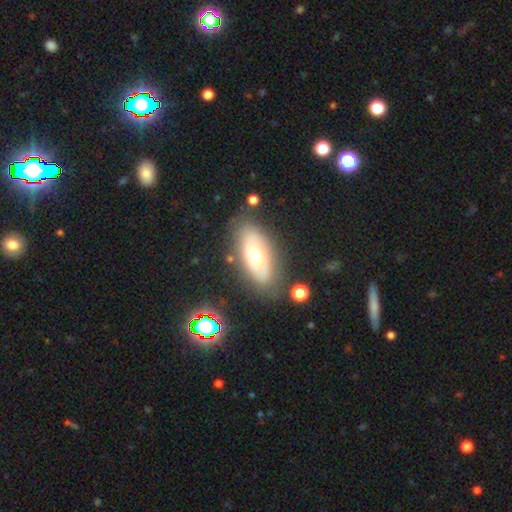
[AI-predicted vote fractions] This appears to be a featured or disk galaxy (48%). Merging: none (76%).